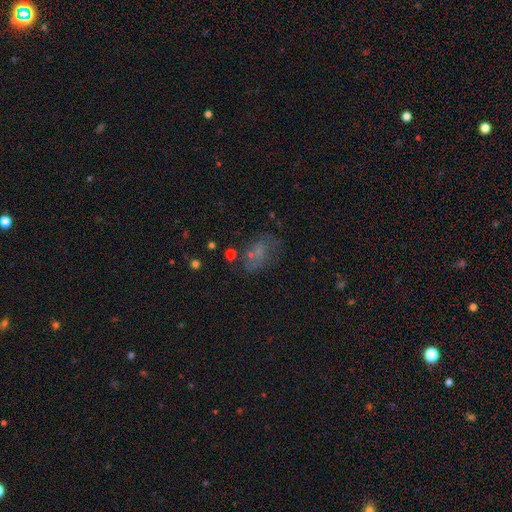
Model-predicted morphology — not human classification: smooth-or-featured: smooth: 48% | star or artifact: 26% | featured or disk: 26%
  merging: none: 52% | minor disturbance: 23% | major disturbance: 19% | merger: 6%